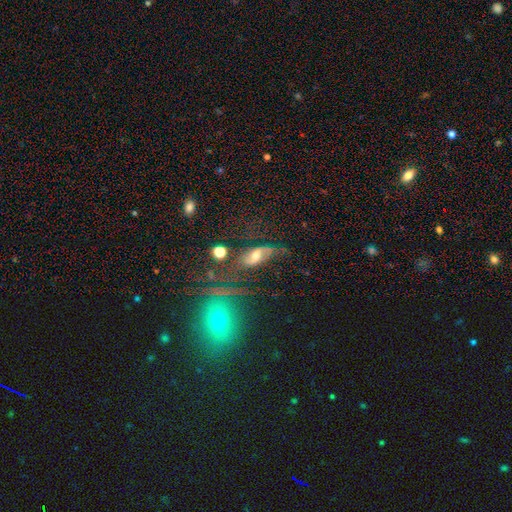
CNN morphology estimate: Smooth or featured? Predicted: featured or disk (p=0.56). Edge-on disk? Predicted: no (p=0.82). Merging? Predicted: none (p=0.42).